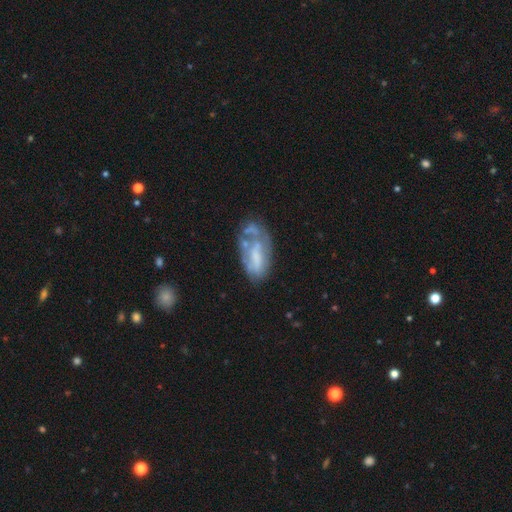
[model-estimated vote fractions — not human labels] Smooth or featured: featured or disk — 56% (smooth — 36%)
Edge-on disk: no — 94% (yes — 6%)
Bar: no — 60% (weak — 27%)
Spiral arms: no — 68% (yes — 32%)
Bulge size: none — 44% (moderate — 25%)
Merging: none — 39% (minor disturbance — 27%)